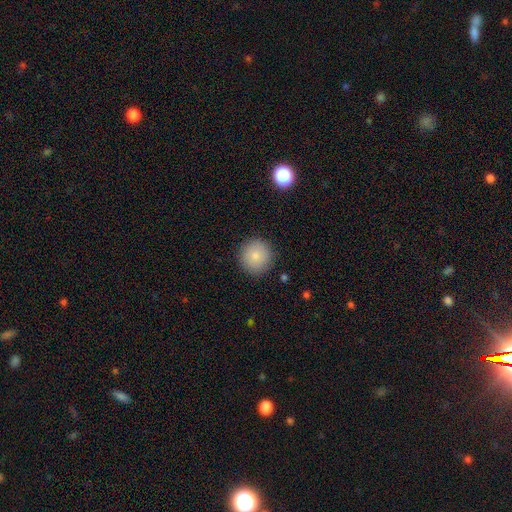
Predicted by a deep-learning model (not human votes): Smooth or featured? smooth (83%)
How rounded? round (94%)
Merging? none (90%)